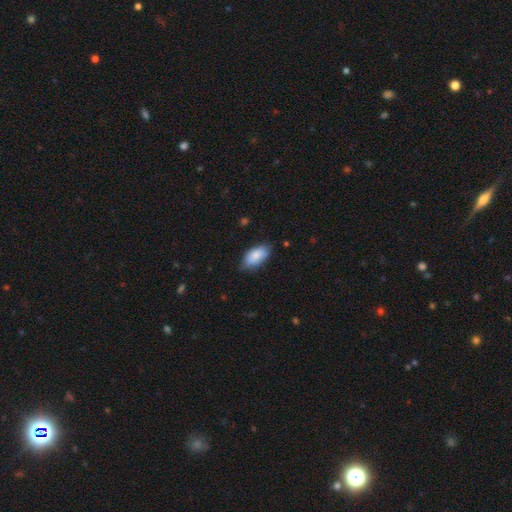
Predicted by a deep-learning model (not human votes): Smooth or featured? Predicted: smooth (p=0.86). How rounded? Predicted: in between (p=0.92). Merging? Predicted: none (p=0.72).